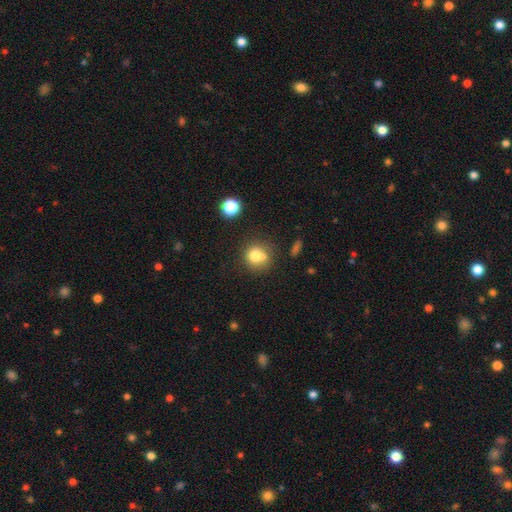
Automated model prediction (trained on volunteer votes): Morphology: type=smooth (73%); roundness=round (85%); merging=none (47%).